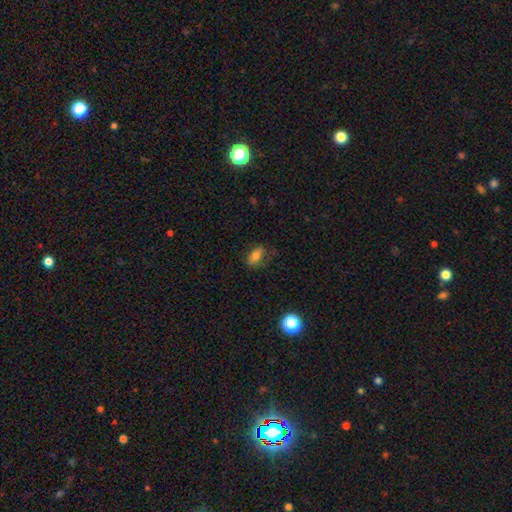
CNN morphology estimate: The model was most divided on "merging": none: 63%, minor disturbance: 24%, major disturbance: 11%, merger: 2%. More confident: how rounded — in between (85%); smooth or featured — smooth (74%).